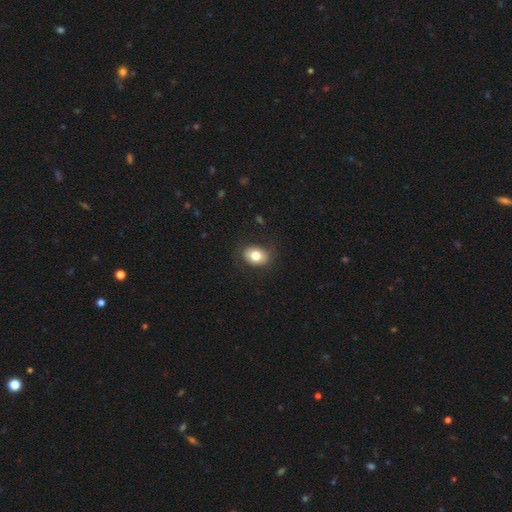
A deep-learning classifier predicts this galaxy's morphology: A smooth galaxy with no disk features (78%) that is in between round and cigar-shaped (64%).

Vote fractions:
- Smooth or featured? smooth: 78% / featured or disk: 14% / star or artifact: 8%
- How rounded? in between: 64% / round: 35% / cigar-shaped: 1%
- Merging? none: 79% / minor disturbance: 15% / major disturbance: 5% / merger: 1%